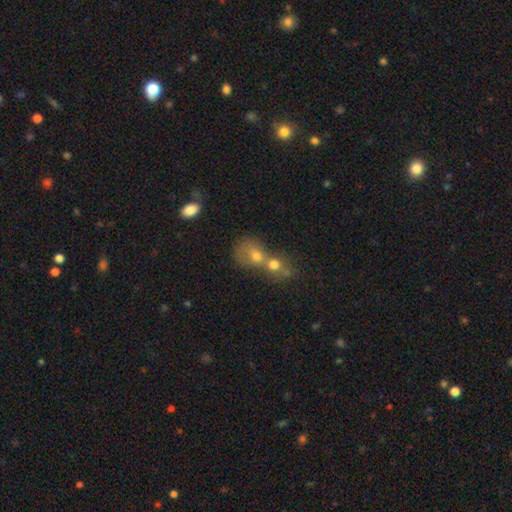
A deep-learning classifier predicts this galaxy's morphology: This appears to be a smooth galaxy with no disk features (67%) that is round (61%). Merging: merger (72%).